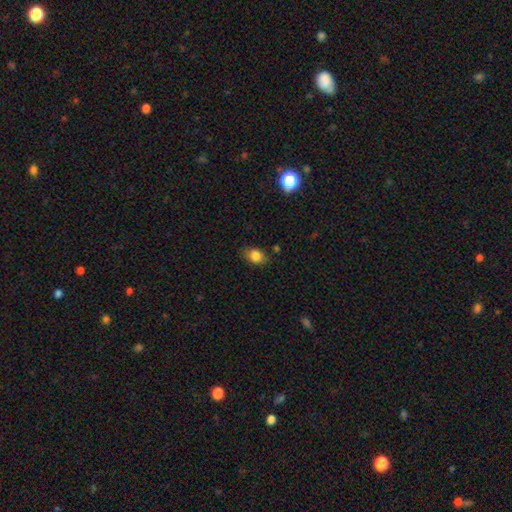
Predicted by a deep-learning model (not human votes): The model was most divided on "how rounded": in between: 72%, round: 27%, cigar-shaped: 1%. More confident: smooth or featured — smooth (83%); merging — none (78%).